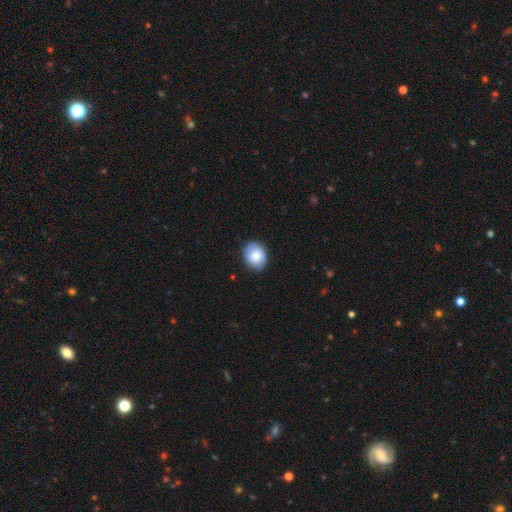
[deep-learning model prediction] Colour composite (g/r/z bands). It shows a smooth galaxy with no disk features (77%) that is round (52%). Merging: none (81%).